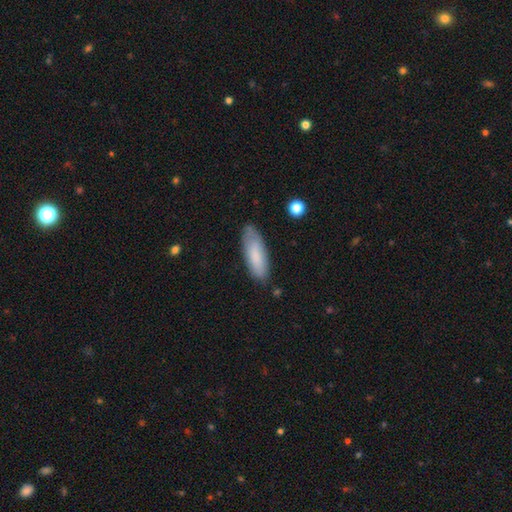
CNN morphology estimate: smooth 81%, featured or disk 13%, star or artifact 6%. Down the decision tree: how rounded — in between (56%); merging — none (79%).